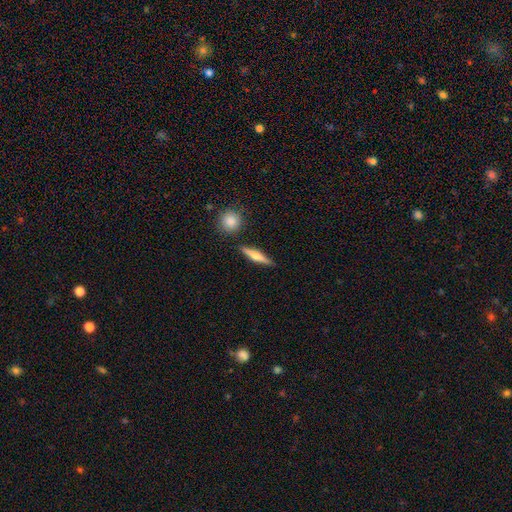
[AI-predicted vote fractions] This appears to be a featured or disk galaxy (52%) viewed edge-on (96%). Merging: none (86%).